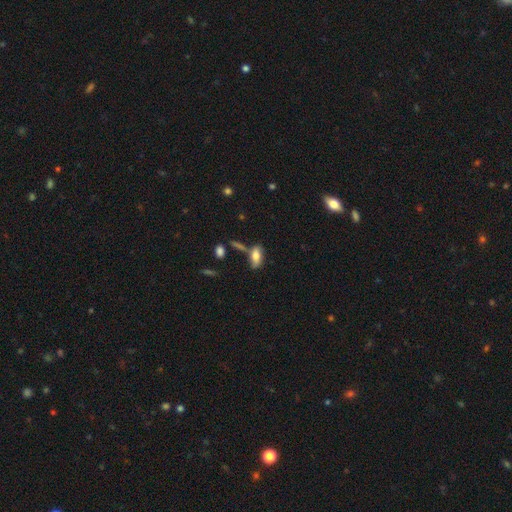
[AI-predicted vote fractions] smooth 72%, featured or disk 20%, star or artifact 8%. Down the decision tree: how rounded — in between (86%); merging — none (55%).